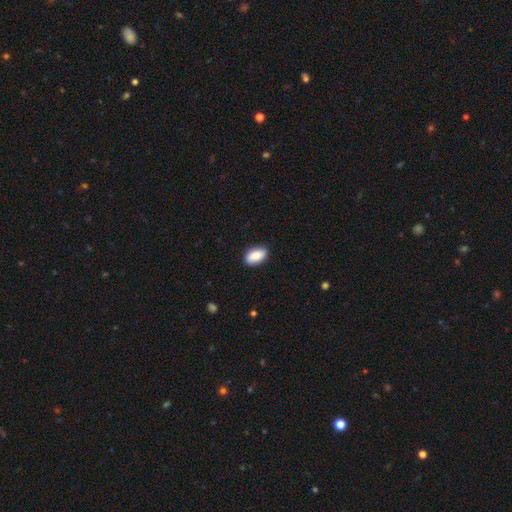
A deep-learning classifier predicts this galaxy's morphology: type=smooth (83%); roundness=in between (93%); merging=none (87%).